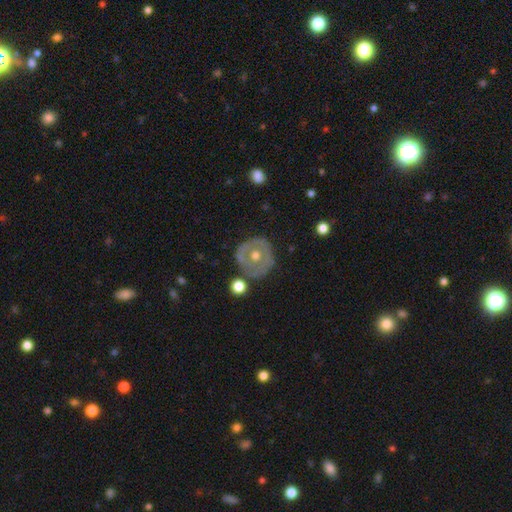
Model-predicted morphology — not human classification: Smooth or featured? featured or disk (59%)
Edge-on disk? no (95%)
Bar? no (86%)
Spiral arms? no (77%)
Bulge size? moderate (68%)
Merging? none (77%)